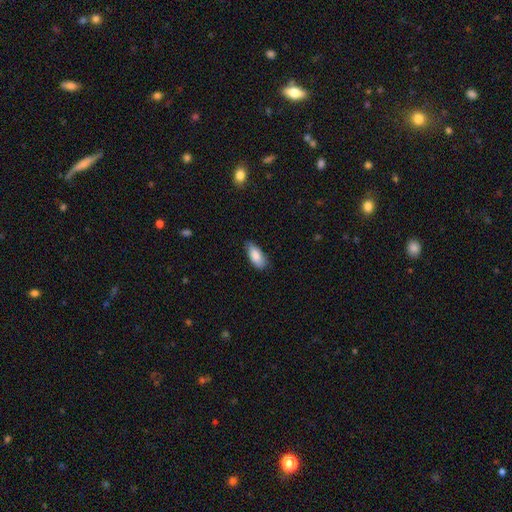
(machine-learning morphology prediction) Overall: smooth (86%). How rounded: in between (87%). Merging: none (78%).